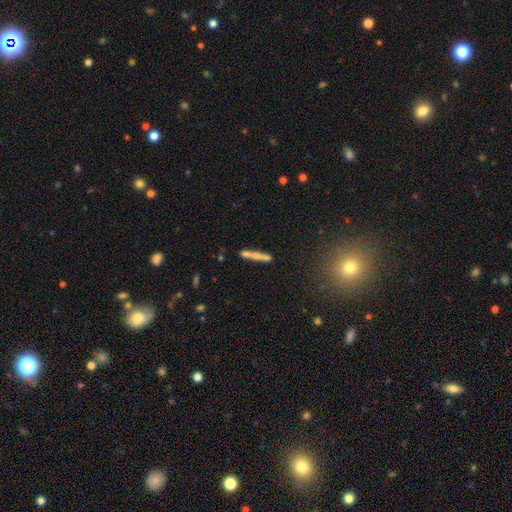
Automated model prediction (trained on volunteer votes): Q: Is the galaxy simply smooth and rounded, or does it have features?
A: smooth — 49%.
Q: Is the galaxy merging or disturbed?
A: none — 66%.